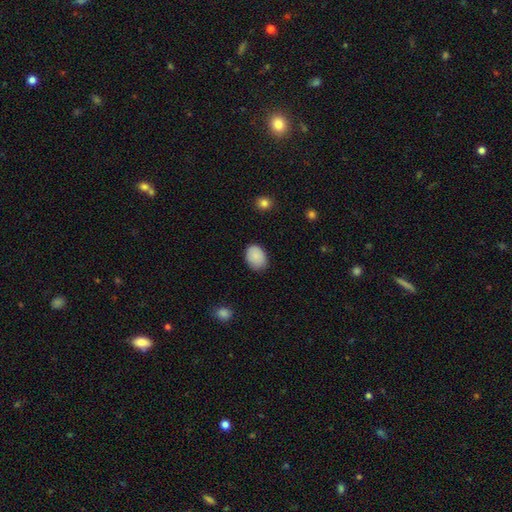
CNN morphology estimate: type=smooth (88%); roundness=in between (71%); merging=none (81%).